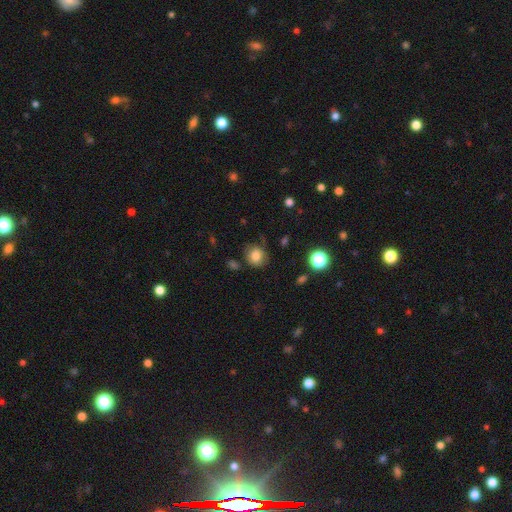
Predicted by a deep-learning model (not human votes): Smooth or featured: smooth — 80% (star or artifact — 11%)
How rounded: round — 80% (in between — 19%)
Merging: none — 72% (minor disturbance — 19%)